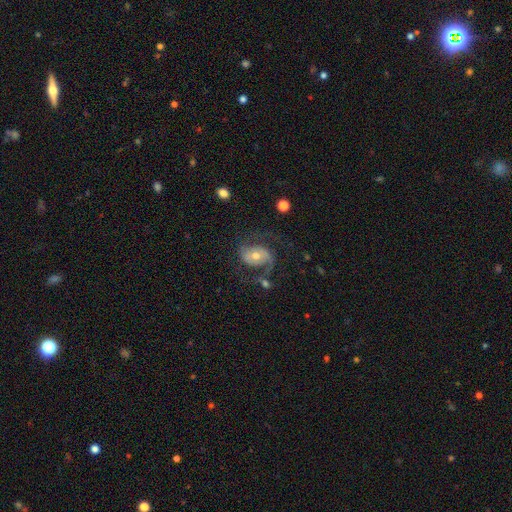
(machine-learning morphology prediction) A featured or disk galaxy (80%) with no bar (57%), 2 (83%) medium (48%) spiral arms (93%) and a moderate central bulge (65%). Merging: none (58%).